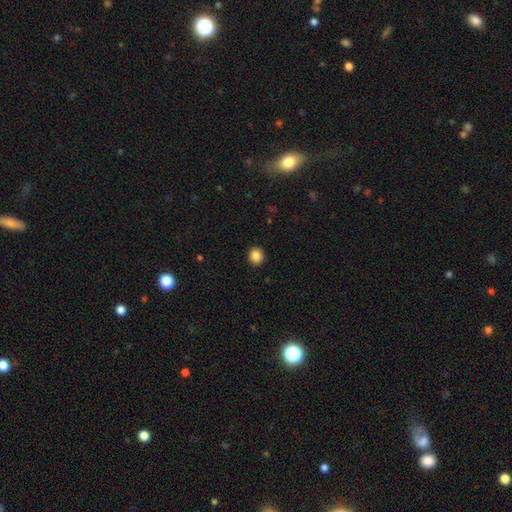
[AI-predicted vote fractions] This is clearly a smooth galaxy (86%). How rounded: clearly round (85%). Merging: clearly none (92%).